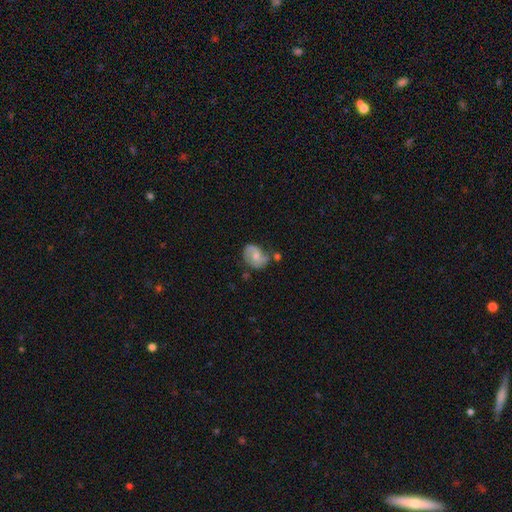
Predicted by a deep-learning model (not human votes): Smooth or featured: featured or disk — 61% (smooth — 32%)
Edge-on disk: no — 97% (yes — 3%)
Bar: no — 57% (weak — 36%)
Spiral arms: yes — 86% (no — 14%)
Spiral winding: medium — 46% (tight — 27%)
Spiral arm count: 2 — 78% (can't tell — 10%)
Bulge size: moderate — 55% (small — 37%)
Merging: none — 54% (minor disturbance — 25%)